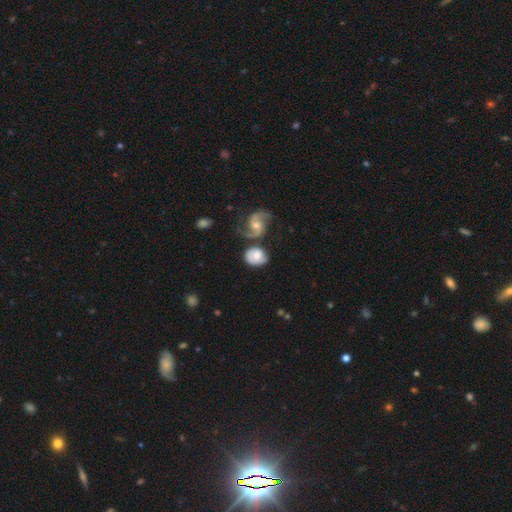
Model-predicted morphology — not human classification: type=featured or disk (57%); edge-on=no (96%); bar=no (59%); spiral arms=yes (86%); bulge=moderate (52%); merging=none (45%).